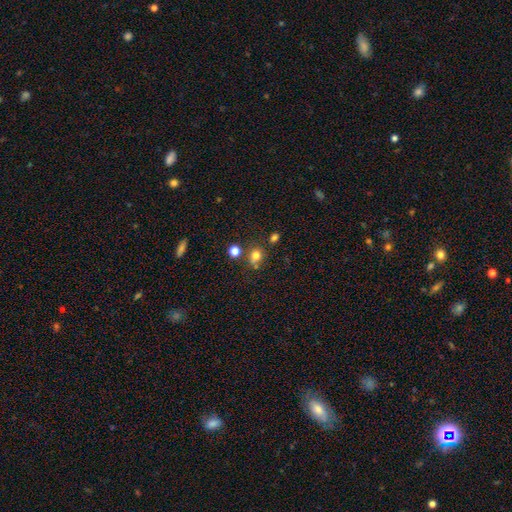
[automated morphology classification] This is likely a smooth galaxy (75%). How rounded: likely round (72%). Merging: likely none (61%).